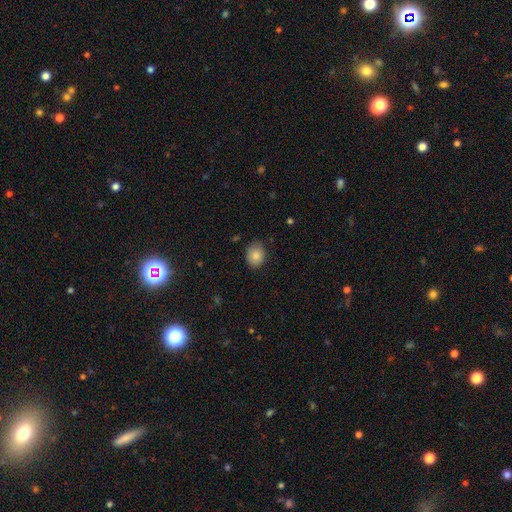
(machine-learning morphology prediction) This is clearly a smooth galaxy (84%). How rounded: possibly round (50%). Merging: likely none (76%).